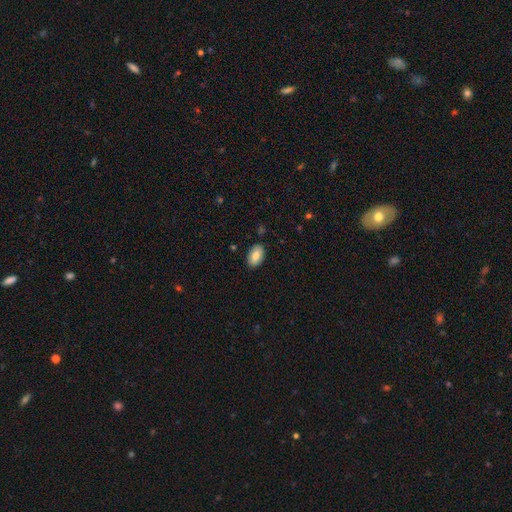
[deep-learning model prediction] The model was most divided on "smooth or featured": smooth: 79%, featured or disk: 14%, star or artifact: 7%. More confident: how rounded — in between (93%); merging — none (87%).